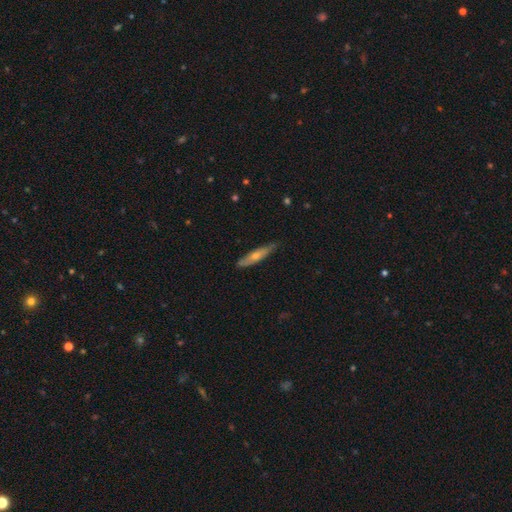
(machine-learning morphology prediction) featured or disk 54%, smooth 39%, star or artifact 7%. Down the decision tree: edge-on disk — yes (78%); merging — none (82%).